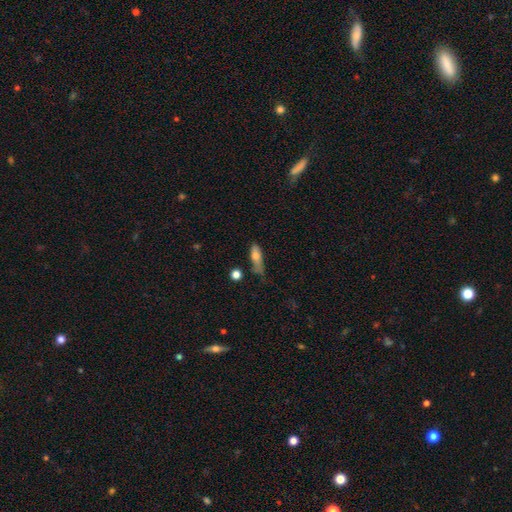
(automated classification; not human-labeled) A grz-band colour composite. It shows a smooth galaxy with no disk features (67%) that is cigar-shaped (50%). Merging: none (49%).